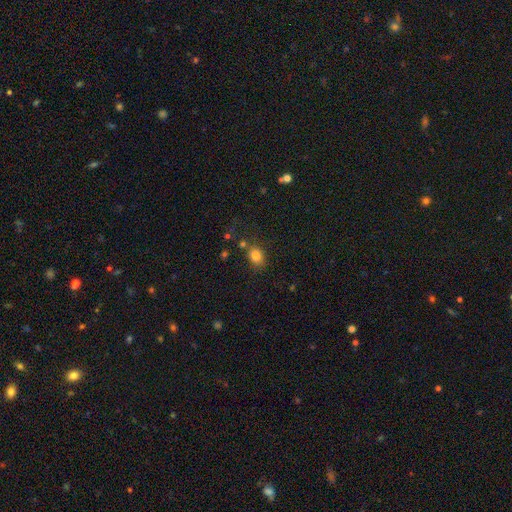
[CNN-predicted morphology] Smooth or featured? smooth (82%)
How rounded? in between (52%)
Merging? none (69%)